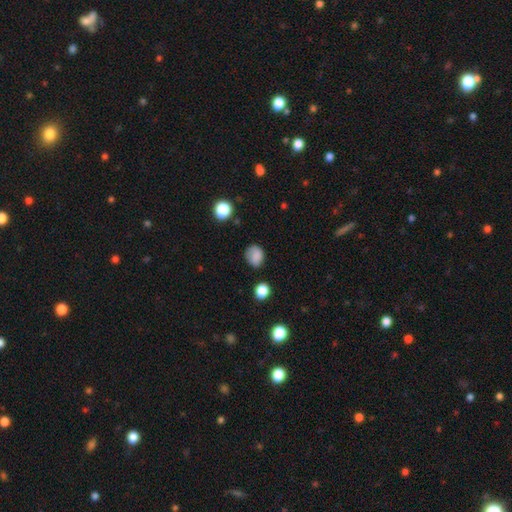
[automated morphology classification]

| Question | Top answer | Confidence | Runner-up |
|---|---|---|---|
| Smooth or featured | smooth | 82% | star or artifact (11%) |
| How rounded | round | 58% | in between (41%) |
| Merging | none | 68% | minor disturbance (23%) |